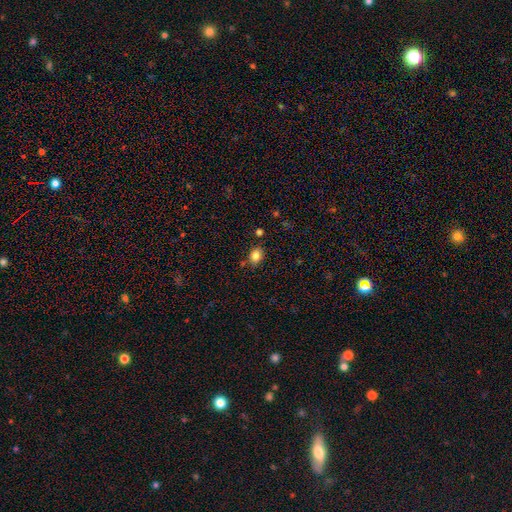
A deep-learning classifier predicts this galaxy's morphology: A smooth galaxy with no disk features (85%) that is in between round and cigar-shaped (67%).

Vote fractions:
- Smooth or featured? smooth: 85% / star or artifact: 10% / featured or disk: 5%
- How rounded? in between: 67% / round: 32% / cigar-shaped: 1%
- Merging? none: 78% / minor disturbance: 14% / merger: 5% / major disturbance: 3%